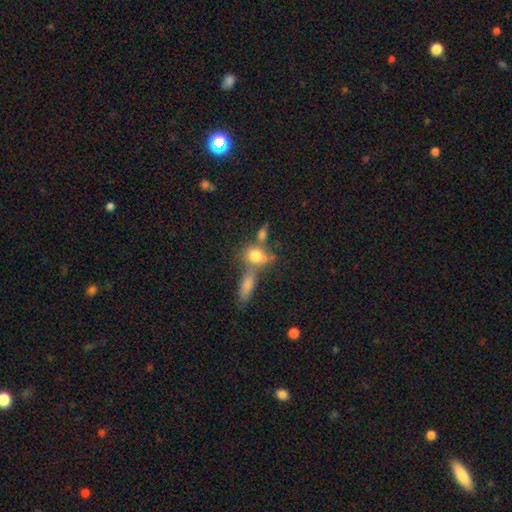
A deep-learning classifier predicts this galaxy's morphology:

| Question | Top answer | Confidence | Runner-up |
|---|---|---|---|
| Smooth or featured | smooth | 73% | featured or disk (15%) |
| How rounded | round | 59% | in between (36%) |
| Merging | merger | 41% | none (40%) |